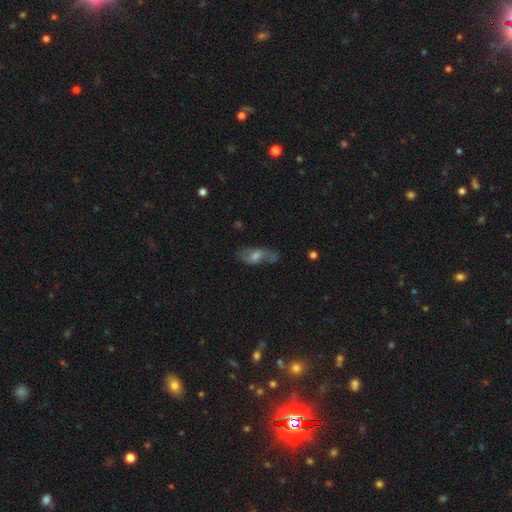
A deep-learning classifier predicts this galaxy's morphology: The model was most divided on "smooth or featured": featured or disk: 55%, smooth: 34%, star or artifact: 12%. More confident: edge-on disk — no (82%); merging — none (63%).